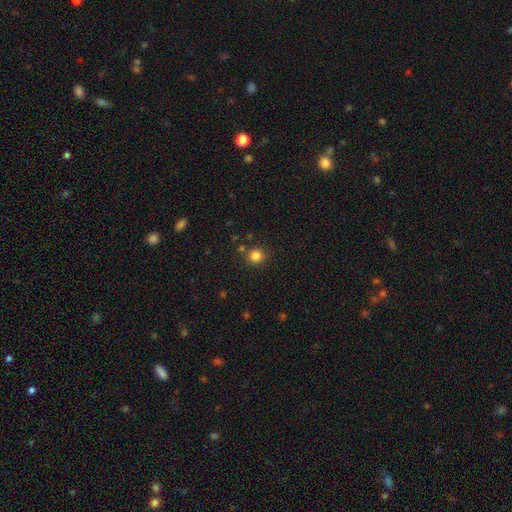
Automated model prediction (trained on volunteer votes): Morphology: type=smooth (83%); roundness=round (90%); merging=none (85%).